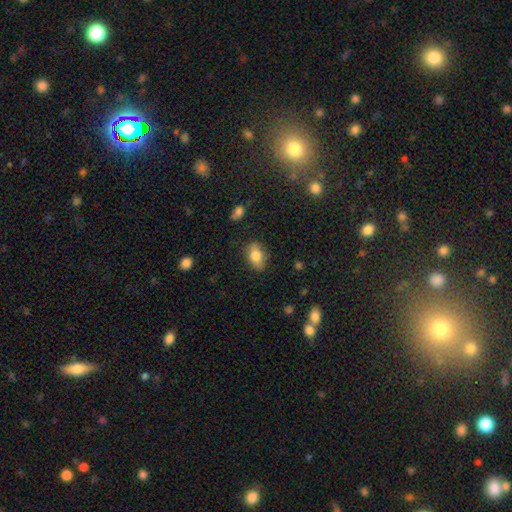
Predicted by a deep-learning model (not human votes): Smooth or featured? smooth (79%)
How rounded? in between (84%)
Merging? none (82%)